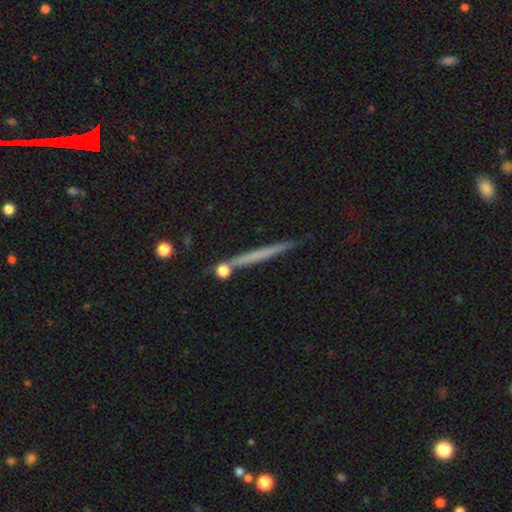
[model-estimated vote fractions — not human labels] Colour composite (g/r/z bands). It shows a smooth galaxy with no disk features (46%). Merging: none (84%).